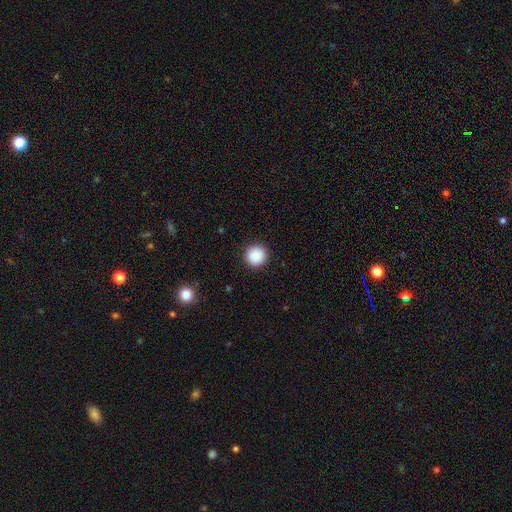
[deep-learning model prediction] Smooth or featured?
  - smooth: 89% *
  - star or artifact: 8%
  - featured or disk: 3%
How rounded?
  - round: 96% *
  - in between: 3%
  - cigar-shaped: 1%
Merging?
  - none: 93% *
  - minor disturbance: 5%
  - major disturbance: 2%
  - merger: 1%